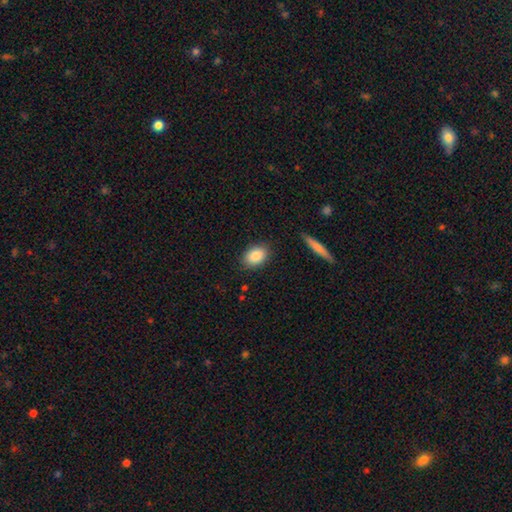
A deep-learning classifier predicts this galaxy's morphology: smooth 86%, star or artifact 7%, featured or disk 6%. Down the decision tree: how rounded — in between (81%); merging — none (86%).